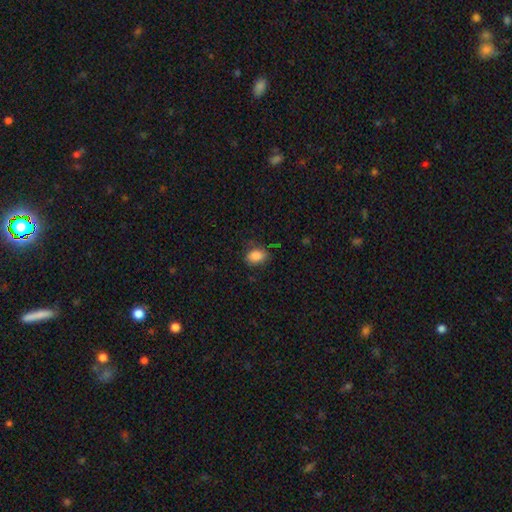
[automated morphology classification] Smooth or featured: smooth — 86% (star or artifact — 9%)
How rounded: in between — 81% (round — 18%)
Merging: none — 72% (minor disturbance — 21%)